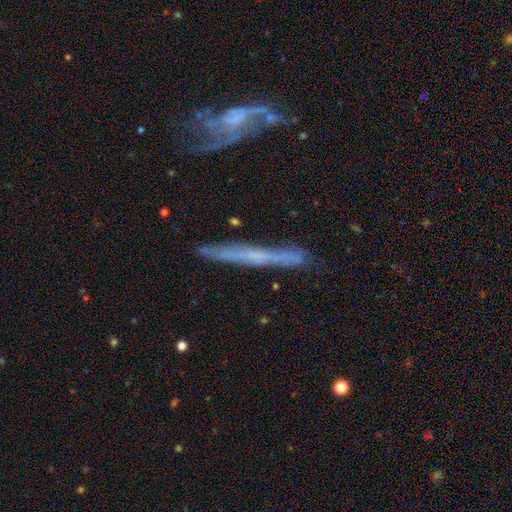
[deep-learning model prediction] smooth_or_featured: featured or disk (p=0.61) [alt: smooth p=0.31]
disk_edge_on: yes (p=0.86) [alt: no p=0.14]
edge_on_bulge: none (p=0.75) [alt: rounded p=0.19]
merging: none (p=0.77) [alt: minor disturbance p=0.15]